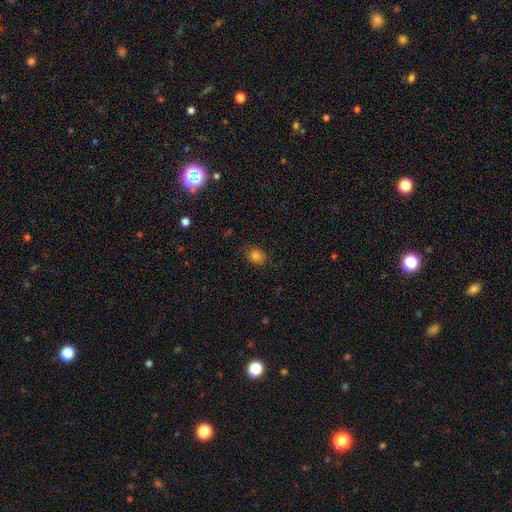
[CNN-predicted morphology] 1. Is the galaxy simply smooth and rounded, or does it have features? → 82% smooth, 12% star or artifact, 5% featured or disk.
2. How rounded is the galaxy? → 54% in between, 45% round, 1% cigar-shaped.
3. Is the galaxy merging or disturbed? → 80% none, 15% minor disturbance, 4% major disturbance, 1% merger.